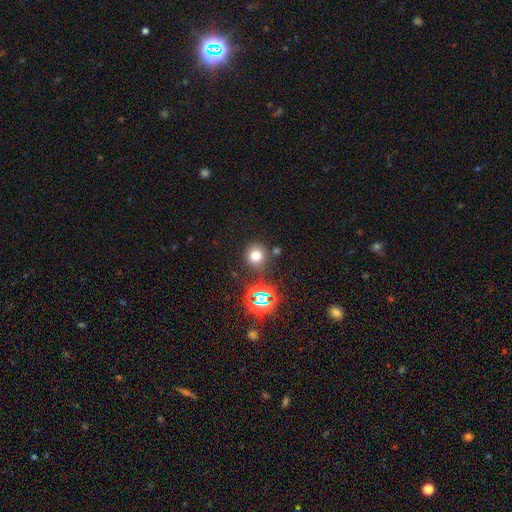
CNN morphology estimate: Smooth or featured? smooth (68%)
How rounded? round (90%)
Merging? none (82%)